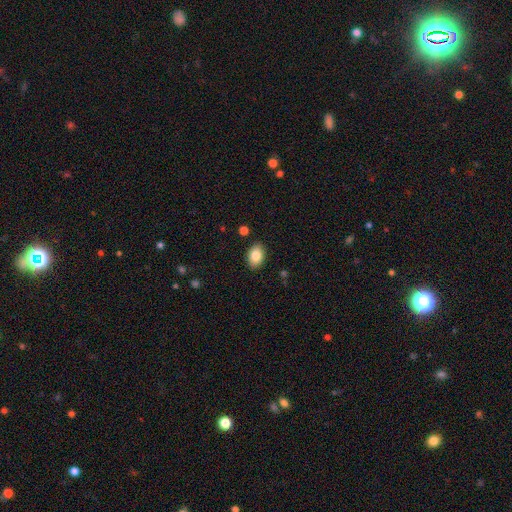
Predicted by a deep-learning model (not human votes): Overall: smooth (84%). How rounded: in between (84%). Merging: none (89%).